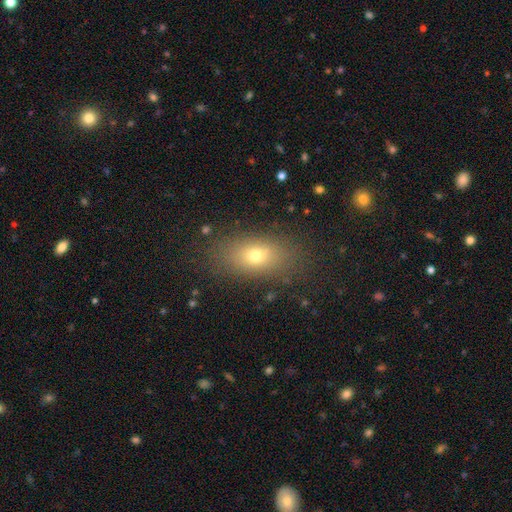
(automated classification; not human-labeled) This is likely a smooth galaxy (71%). How rounded: clearly in between (81%). Merging: clearly none (84%).